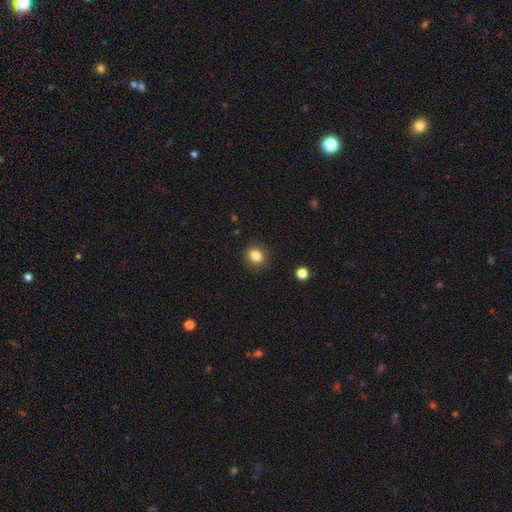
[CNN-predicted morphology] This appears to be a smooth galaxy with no disk features (83%) that is round (71%). Merging: none (89%).